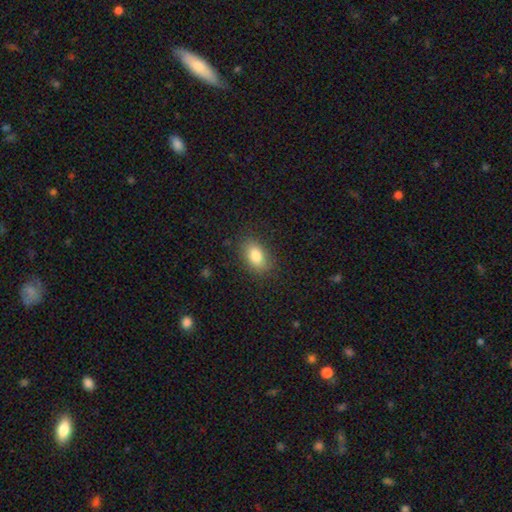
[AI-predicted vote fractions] Smooth or featured? smooth (84%)
How rounded? in between (88%)
Merging? none (84%)